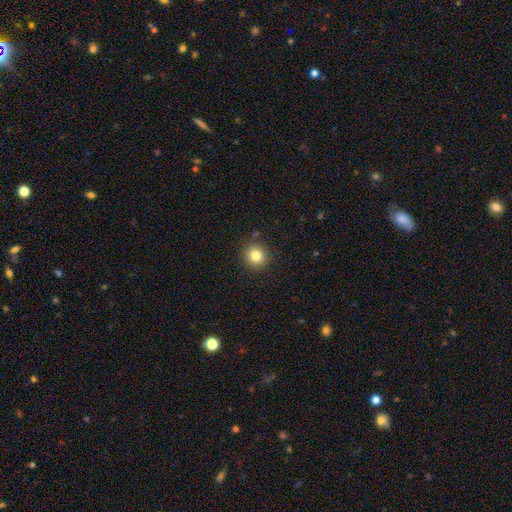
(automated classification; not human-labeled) Smooth or featured? Predicted: smooth (p=0.82). How rounded? Predicted: round (p=0.90). Merging? Predicted: none (p=0.89).